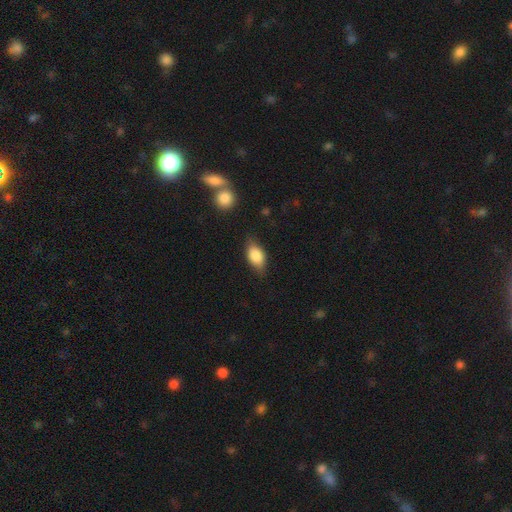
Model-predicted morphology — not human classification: Smooth or featured? Predicted: smooth (p=0.80). How rounded? Predicted: in between (p=0.87). Merging? Predicted: none (p=0.73).